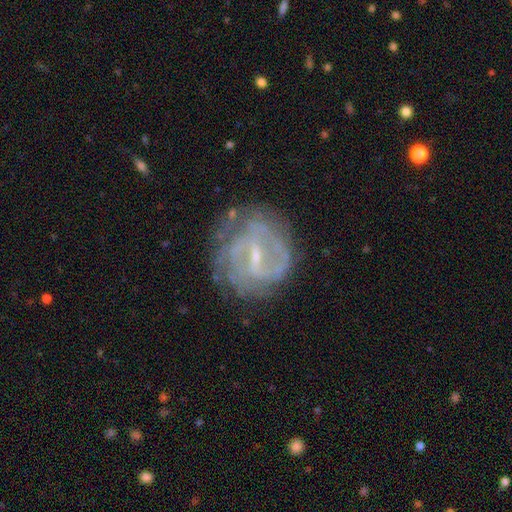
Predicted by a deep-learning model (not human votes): smooth-or-featured: featured or disk: 80% | smooth: 12% | star or artifact: 7%
  disk-edge-on: no: 97% | yes: 3%
    bar: weak: 52% | strong: 35% | no: 13%
    has-spiral-arms: yes: 82% | no: 18%
      spiral-winding: tight: 50% | medium: 36% | loose: 14%
      spiral-arm-count: can't tell: 39% | 2: 37% | 3: 11% | 1: 6% | 4: 4% | more than 4: 3%
    bulge-size: small: 63% | moderate: 23% | none: 12% | large: 1% | dominant: 1%
  merging: none: 66% | minor disturbance: 20% | major disturbance: 12% | merger: 2%